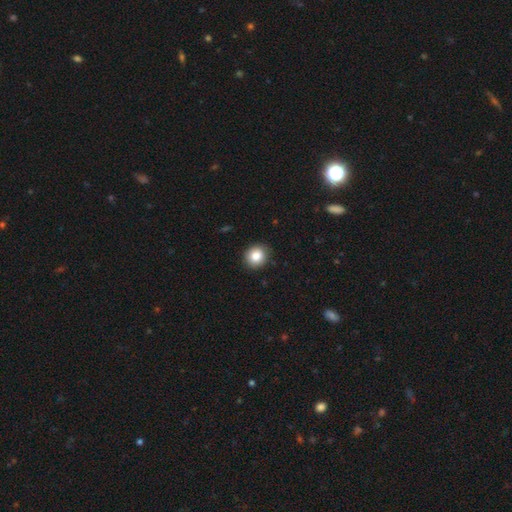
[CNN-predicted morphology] Smooth or featured: smooth — 84% (star or artifact — 9%)
How rounded: round — 83% (in between — 16%)
Merging: none — 88% (minor disturbance — 9%)